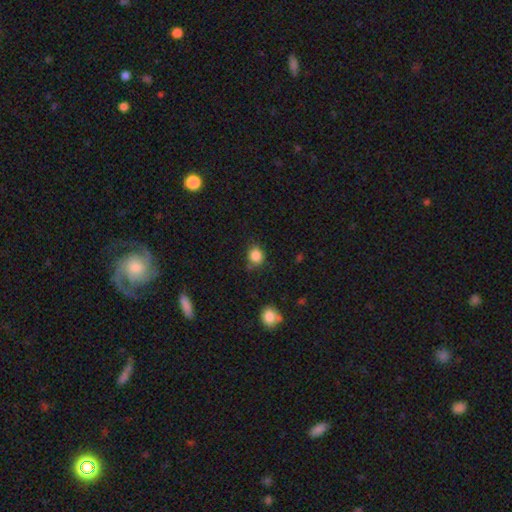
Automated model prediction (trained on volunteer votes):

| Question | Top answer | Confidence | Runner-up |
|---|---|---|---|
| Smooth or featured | smooth | 85% | star or artifact (11%) |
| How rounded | round | 76% | in between (23%) |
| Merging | none | 74% | minor disturbance (18%) |